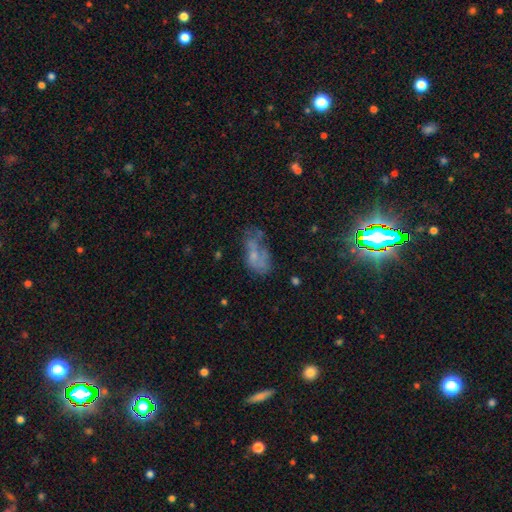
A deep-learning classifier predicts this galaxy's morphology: Overall: smooth (41%; featured or disk 39%). Merging: none (32%; major disturbance 31%).